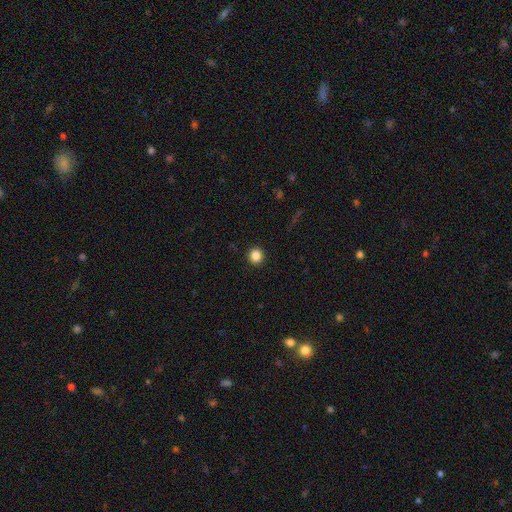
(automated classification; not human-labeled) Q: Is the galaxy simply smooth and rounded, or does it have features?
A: smooth — 85%.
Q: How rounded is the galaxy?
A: round — 92%.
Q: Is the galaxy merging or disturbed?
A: none — 93%.